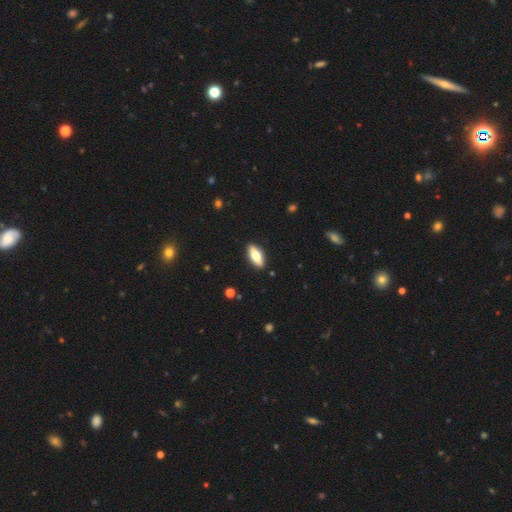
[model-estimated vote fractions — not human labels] Smooth or featured?
  - smooth: 67% *
  - featured or disk: 26%
  - star or artifact: 6%
How rounded?
  - in between: 72% *
  - cigar-shaped: 26%
  - round: 3%
Merging?
  - none: 90% *
  - minor disturbance: 8%
  - major disturbance: 2%
  - merger: 1%